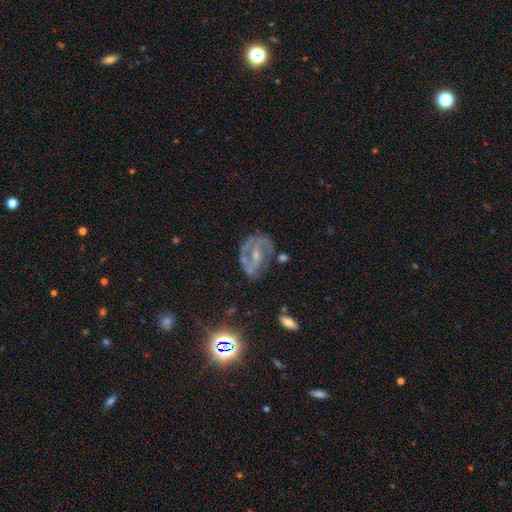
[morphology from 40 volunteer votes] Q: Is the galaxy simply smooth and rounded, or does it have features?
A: featured or disk — 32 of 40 (80%).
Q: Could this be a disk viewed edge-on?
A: no — 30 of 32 (94%).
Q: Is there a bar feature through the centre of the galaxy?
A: weak — 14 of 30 (47%).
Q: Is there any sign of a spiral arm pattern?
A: yes — 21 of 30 (70%).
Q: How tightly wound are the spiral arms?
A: tight — 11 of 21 (52%).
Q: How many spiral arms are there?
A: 2 — 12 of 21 (57%).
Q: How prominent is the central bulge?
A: small — 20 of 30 (67%).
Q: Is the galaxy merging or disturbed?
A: none — 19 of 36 (53%).